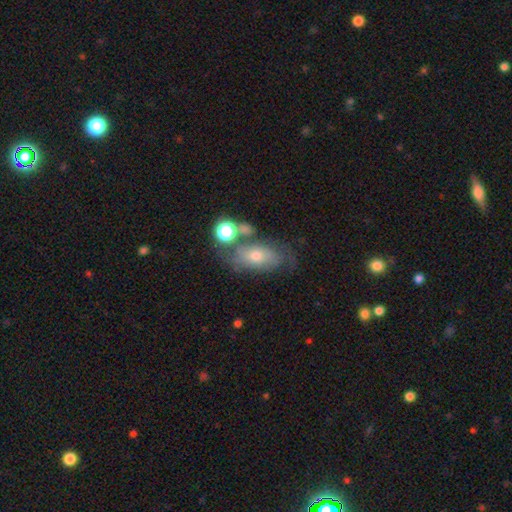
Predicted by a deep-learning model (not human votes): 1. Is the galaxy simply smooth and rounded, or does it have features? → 48% smooth, 39% featured or disk, 13% star or artifact.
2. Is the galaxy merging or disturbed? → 45% none, 22% minor disturbance, 18% merger, 15% major disturbance.